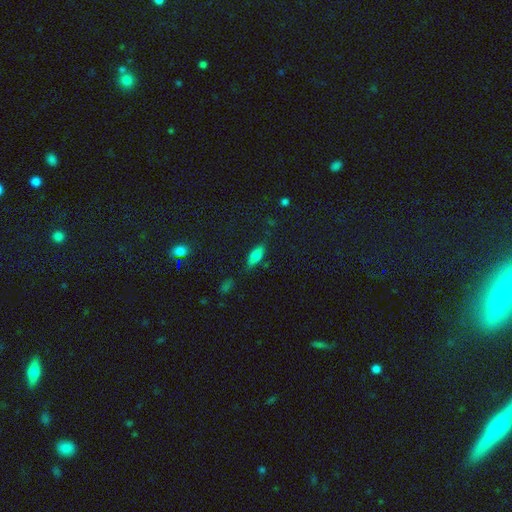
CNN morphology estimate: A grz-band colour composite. It shows a smooth galaxy with no disk features (69%) that is in between round and cigar-shaped (70%). Merging: none (75%).